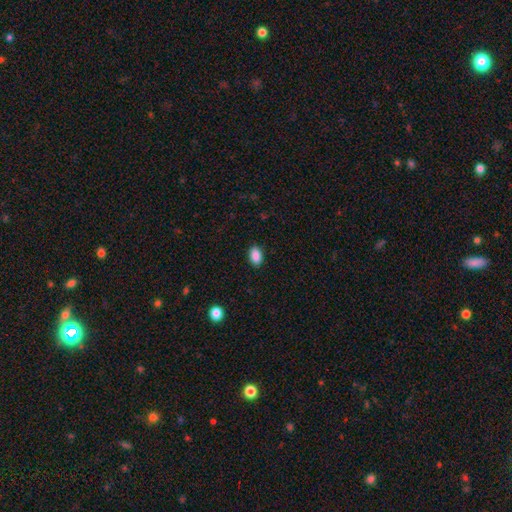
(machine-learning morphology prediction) Smooth or featured?
  - smooth: 89% *
  - star or artifact: 8%
  - featured or disk: 3%
How rounded?
  - in between: 90% *
  - round: 8%
  - cigar-shaped: 2%
Merging?
  - none: 89% *
  - minor disturbance: 8%
  - major disturbance: 2%
  - merger: 1%